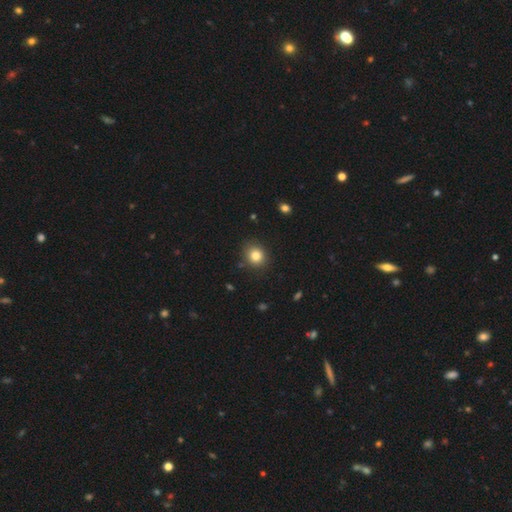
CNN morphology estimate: Smooth or featured?
  - smooth: 82% *
  - star or artifact: 12%
  - featured or disk: 6%
How rounded?
  - round: 81% *
  - in between: 18%
  - cigar-shaped: 1%
Merging?
  - none: 87% *
  - minor disturbance: 9%
  - major disturbance: 2%
  - merger: 2%